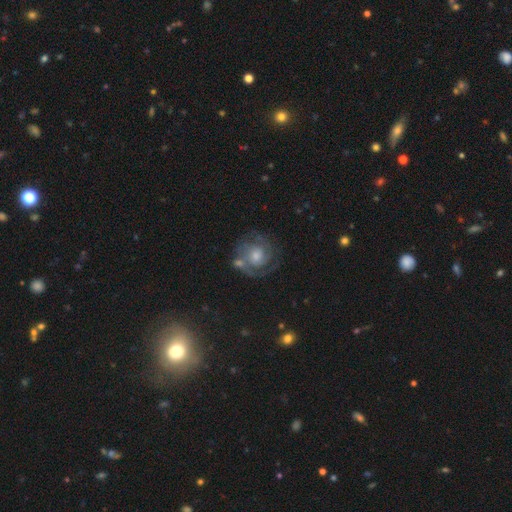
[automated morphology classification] The model was most divided on "spiral arm count": 2: 46%, can't tell: 26%, 3: 13%, 1: 8%, 4: 4%, more than 4: 4%. More confident: edge-on disk — no (97%); spiral arms — yes (90%); bar — no (75%); smooth or featured — featured or disk (74%); merging — none (70%); spiral winding — tight (63%); bulge size — moderate (53%).